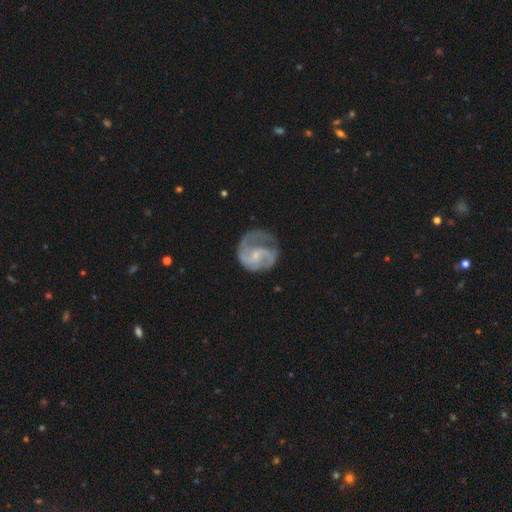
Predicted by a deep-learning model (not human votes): The model was most divided on "bar": no: 53%, weak: 39%, strong: 8%. Remaining: edge-on disk — no (98%); spiral arms — yes (94%); smooth or featured — featured or disk (82%); bulge size — small (69%); spiral arm count — 2 (60%); spiral winding — medium (50%); merging — none (49%).